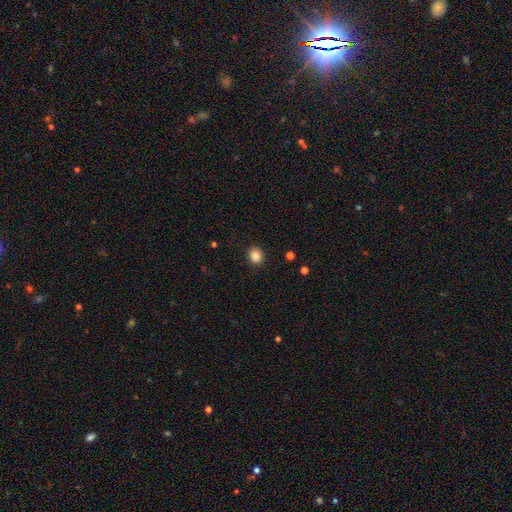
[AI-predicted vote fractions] Smooth or featured? Predicted: smooth (p=0.86). How rounded? Predicted: round (p=0.77). Merging? Predicted: none (p=0.91).